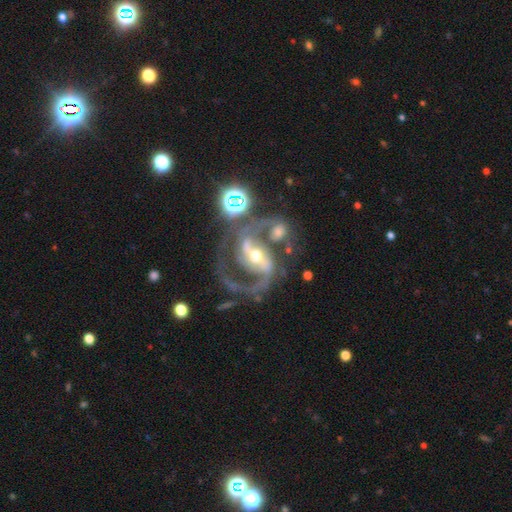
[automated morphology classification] type=featured or disk (89%); edge-on=no (97%); bar=strong (54%); spiral arms=yes (97%); winding=medium (60%); arm count=2 (88%); bulge=moderate (63%); merging=none (47%).